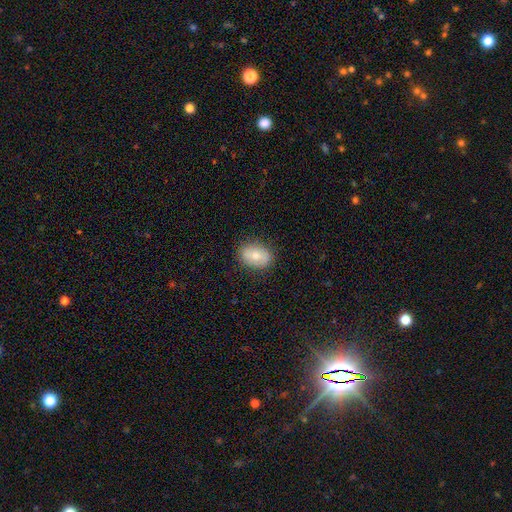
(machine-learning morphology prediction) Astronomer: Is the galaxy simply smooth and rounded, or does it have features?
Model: smooth — 71%.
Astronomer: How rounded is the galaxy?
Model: in between — 78%.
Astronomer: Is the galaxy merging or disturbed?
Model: none — 84%.